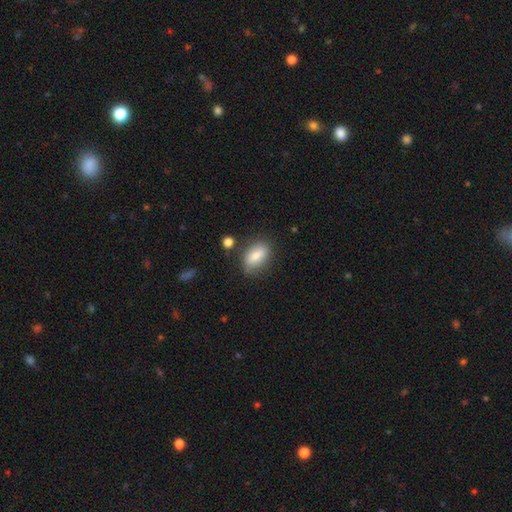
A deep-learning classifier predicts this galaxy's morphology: smooth-or-featured: smooth: 76% | featured or disk: 15% | star or artifact: 9%
  how-rounded: in between: 87% | round: 9% | cigar-shaped: 4%
  merging: none: 77% | minor disturbance: 16% | major disturbance: 4% | merger: 4%